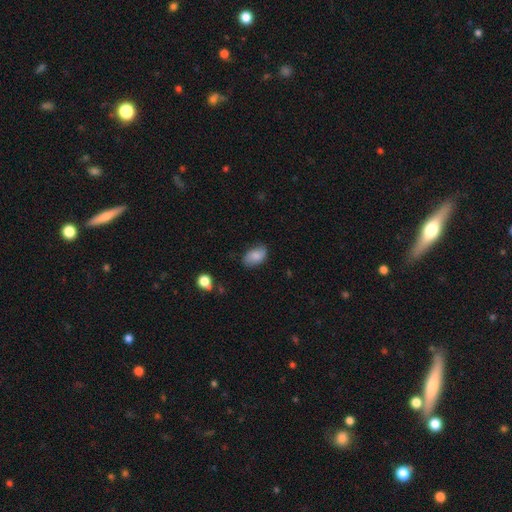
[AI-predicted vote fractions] Overall: smooth (77%). How rounded: in between (91%). Merging: none (74%).